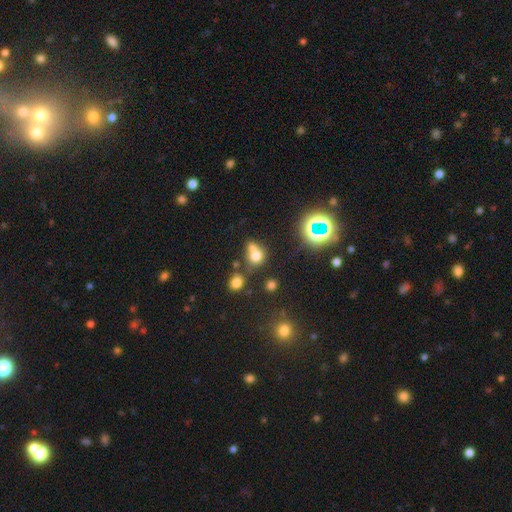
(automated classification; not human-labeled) smooth 65%, star or artifact 22%, featured or disk 13%. Down the decision tree: how rounded — round (72%); merging — merger (47%).